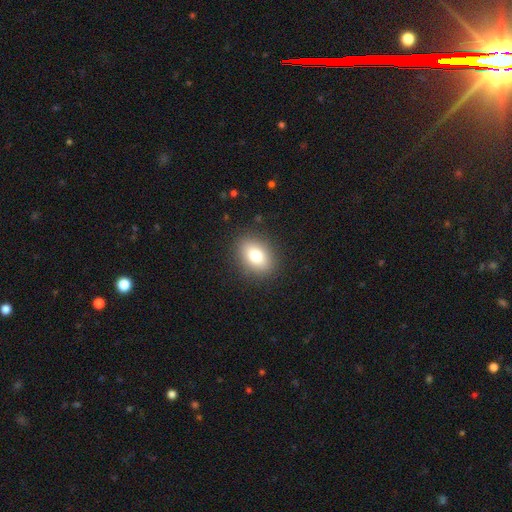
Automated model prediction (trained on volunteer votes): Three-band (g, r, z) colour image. It shows a smooth galaxy with no disk features (78%) that is in between round and cigar-shaped (72%). Merging: none (88%).